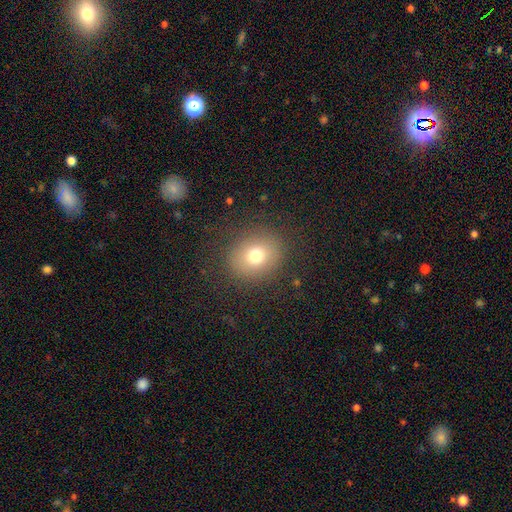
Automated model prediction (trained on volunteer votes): smooth 74%, star or artifact 14%, featured or disk 12%. Down the decision tree: how rounded — round (74%); merging — none (84%).